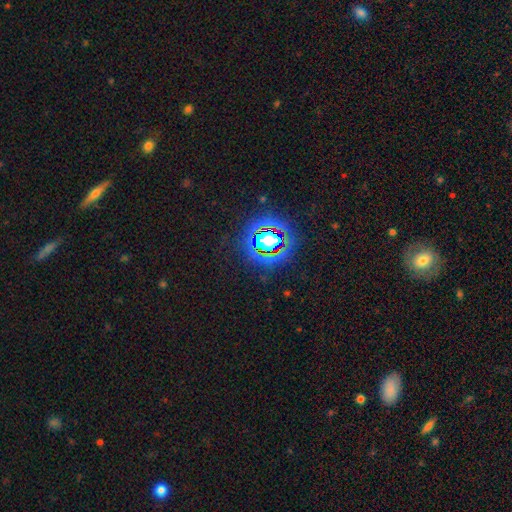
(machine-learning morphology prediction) Q: Smooth or featured?
A: star or artifact (80%); runner-up: smooth (12%)